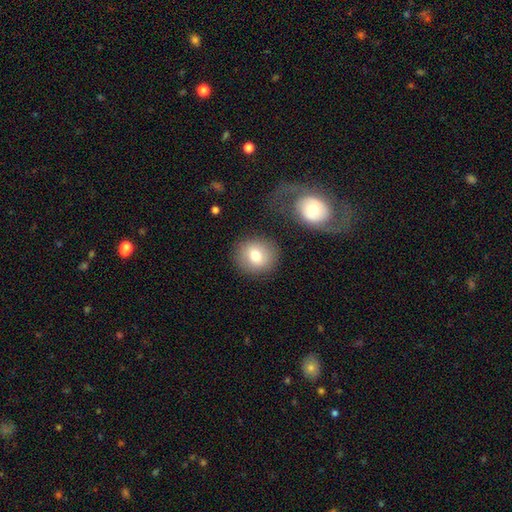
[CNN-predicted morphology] Smooth or featured? Predicted: smooth (p=0.76). How rounded? Predicted: round (p=0.82). Merging? Predicted: none (p=0.81).